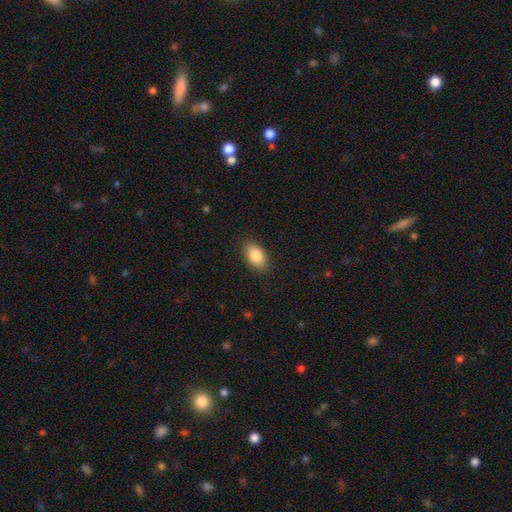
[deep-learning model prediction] Smooth or featured?
  - smooth: 85% *
  - featured or disk: 8%
  - star or artifact: 7%
How rounded?
  - in between: 91% *
  - round: 7%
  - cigar-shaped: 2%
Merging?
  - none: 87% *
  - minor disturbance: 9%
  - major disturbance: 2%
  - merger: 1%